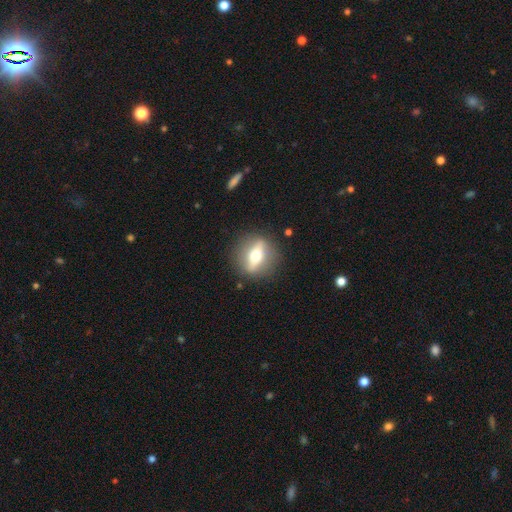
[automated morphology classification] Q: Smooth or featured?
A: featured or disk (61%); runner-up: smooth (32%)
Q: Edge-on disk?
A: yes (61%); runner-up: no (39%)
Q: Merging?
A: none (86%); runner-up: minor disturbance (9%)